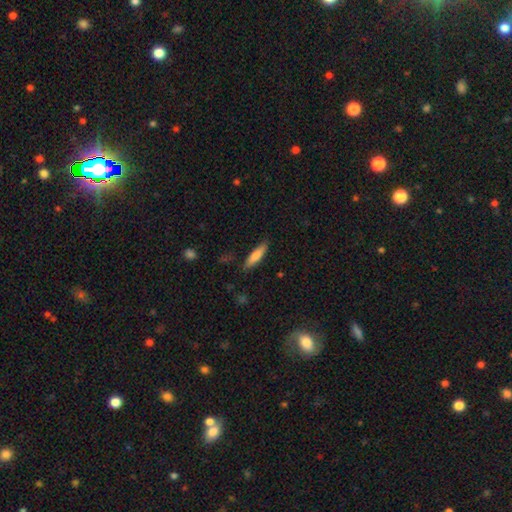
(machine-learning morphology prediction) smooth-or-featured: smooth: 77% | featured or disk: 17% | star or artifact: 6%
  how-rounded: cigar-shaped: 75% | in between: 23% | round: 1%
  merging: none: 85% | minor disturbance: 11% | major disturbance: 2% | merger: 2%